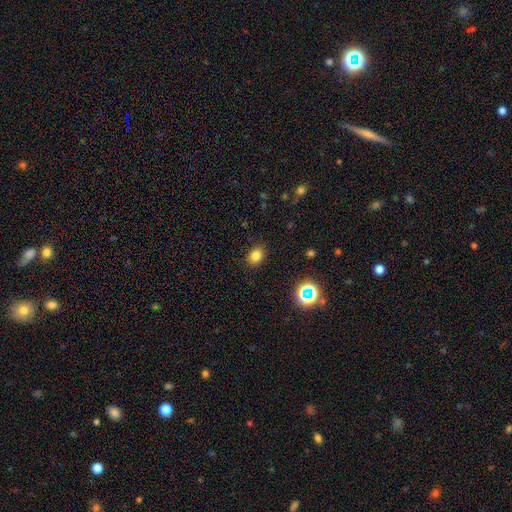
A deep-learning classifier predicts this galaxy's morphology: Smooth or featured? smooth (80%)
How rounded? in between (53%)
Merging? none (87%)